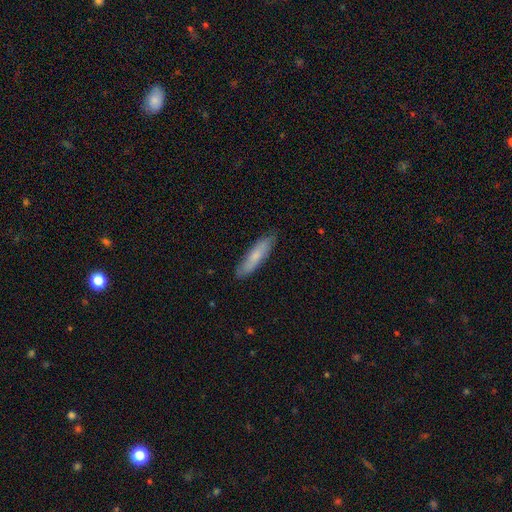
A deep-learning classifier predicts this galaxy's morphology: Smooth or featured? smooth (73%)
How rounded? cigar-shaped (78%)
Merging? none (84%)